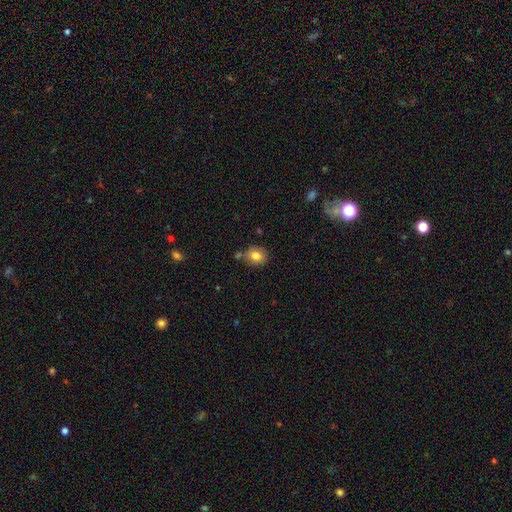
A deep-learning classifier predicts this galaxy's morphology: This is clearly a smooth galaxy (80%). How rounded: possibly round (54%). Merging: likely none (69%).